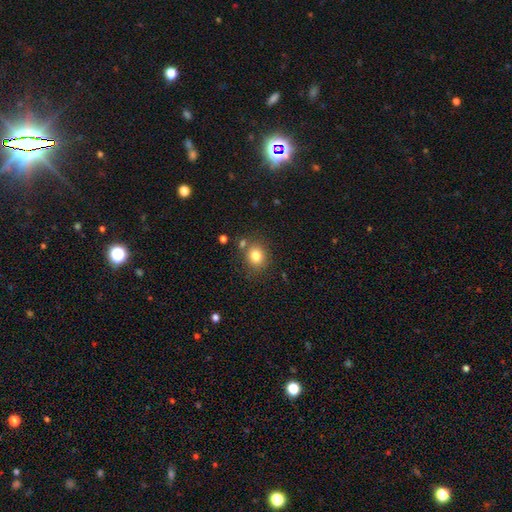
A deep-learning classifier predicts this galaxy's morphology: This is clearly a smooth galaxy (80%). How rounded: likely round (74%). Merging: likely none (76%).